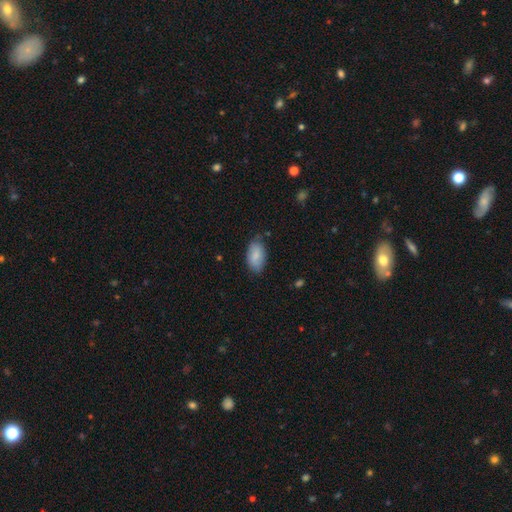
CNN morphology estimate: Smooth or featured? Predicted: smooth (p=0.85). How rounded? Predicted: in between (p=0.95). Merging? Predicted: none (p=0.75).